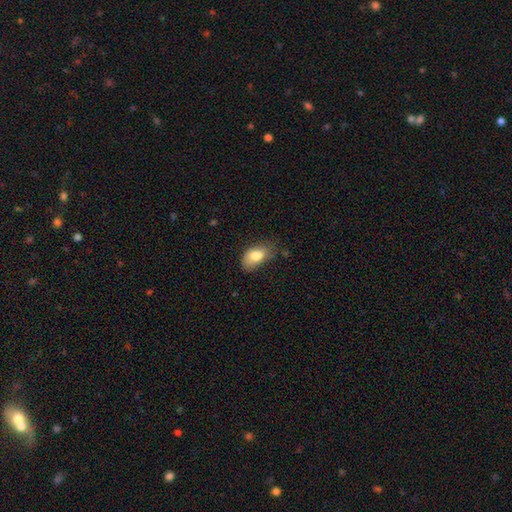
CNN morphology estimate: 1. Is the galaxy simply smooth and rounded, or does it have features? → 81% smooth, 11% featured or disk, 7% star or artifact.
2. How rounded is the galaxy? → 91% in between, 7% round, 2% cigar-shaped.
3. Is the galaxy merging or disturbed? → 42% none, 39% minor disturbance, 17% major disturbance, 3% merger.